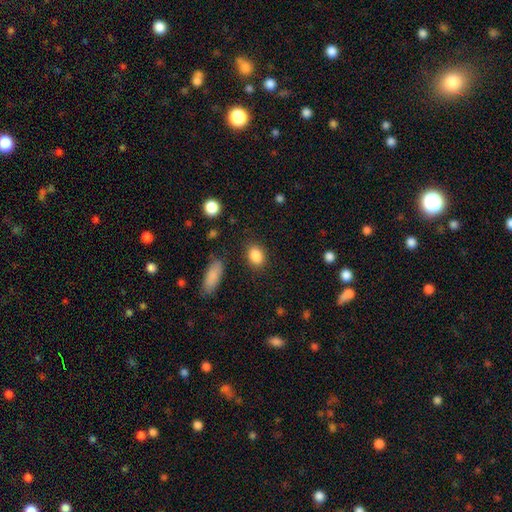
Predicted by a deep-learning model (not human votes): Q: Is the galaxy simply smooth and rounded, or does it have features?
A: smooth — 87%.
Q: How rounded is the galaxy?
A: in between — 68%.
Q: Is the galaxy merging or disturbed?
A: none — 85%.